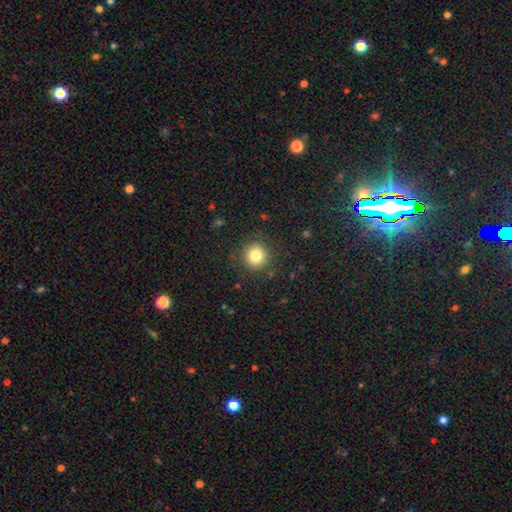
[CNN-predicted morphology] smooth_or_featured: smooth (p=0.81) [alt: star or artifact p=0.12]
how_rounded: round (p=0.93) [alt: in between p=0.06]
merging: none (p=0.89) [alt: minor disturbance p=0.07]